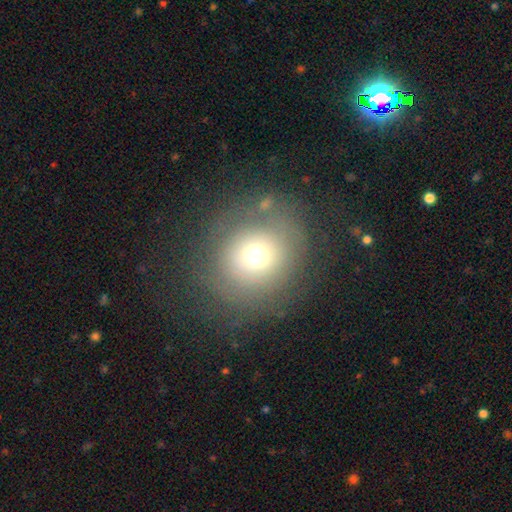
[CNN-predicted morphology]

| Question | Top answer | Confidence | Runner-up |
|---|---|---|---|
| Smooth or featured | smooth | 65% | featured or disk (19%) |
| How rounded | round | 86% | in between (13%) |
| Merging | none | 70% | minor disturbance (16%) |